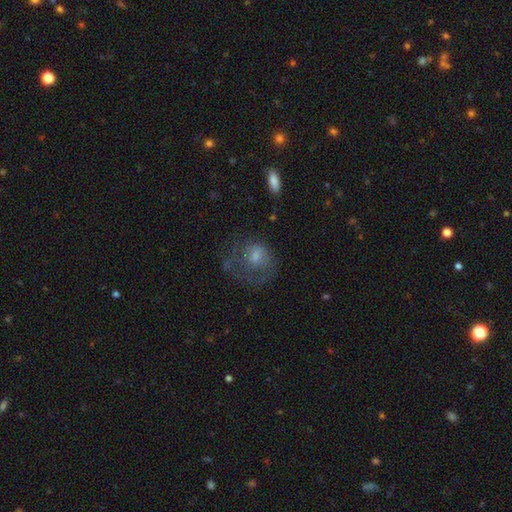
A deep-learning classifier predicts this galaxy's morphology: Smooth or featured: featured or disk — 44% (smooth — 42%)
Merging: none — 42% (major disturbance — 35%)